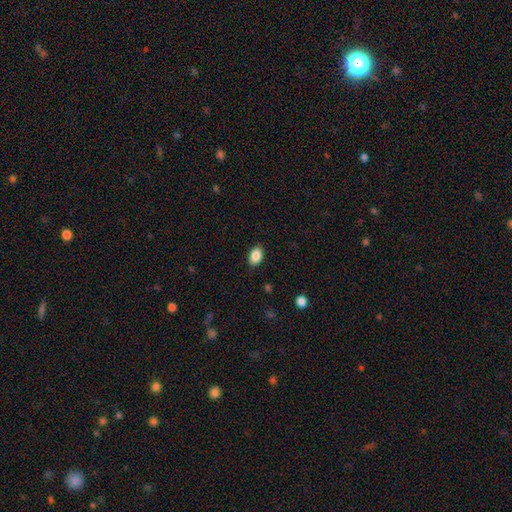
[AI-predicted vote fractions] Morphology: type=smooth (88%); roundness=in between (90%); merging=none (88%).